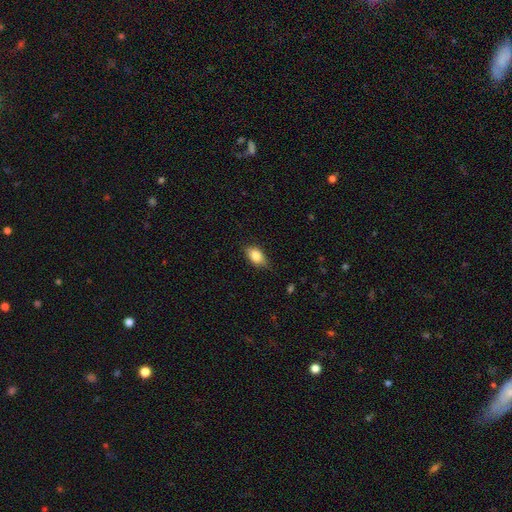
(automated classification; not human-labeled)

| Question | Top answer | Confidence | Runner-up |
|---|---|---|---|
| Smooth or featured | smooth | 84% | featured or disk (8%) |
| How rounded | in between | 88% | round (9%) |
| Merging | none | 75% | minor disturbance (20%) |